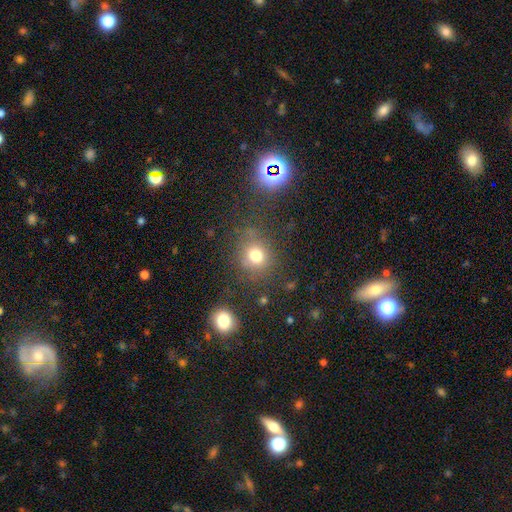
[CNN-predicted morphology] type=smooth (76%); roundness=round (79%); merging=none (72%).